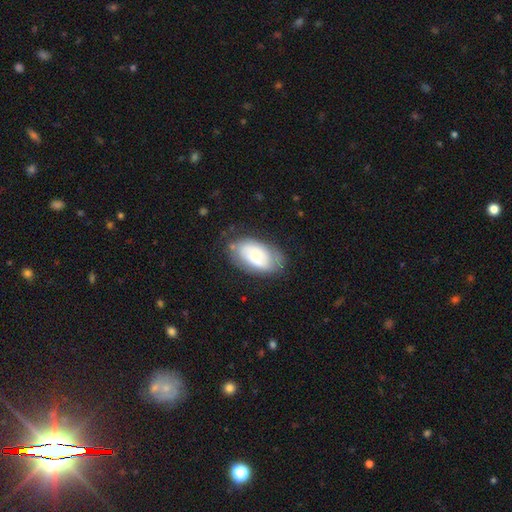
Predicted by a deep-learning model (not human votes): The model was most divided on "smooth or featured": smooth: 52%, featured or disk: 41%, star or artifact: 7%. More confident: how rounded — in between (93%); merging — none (67%).